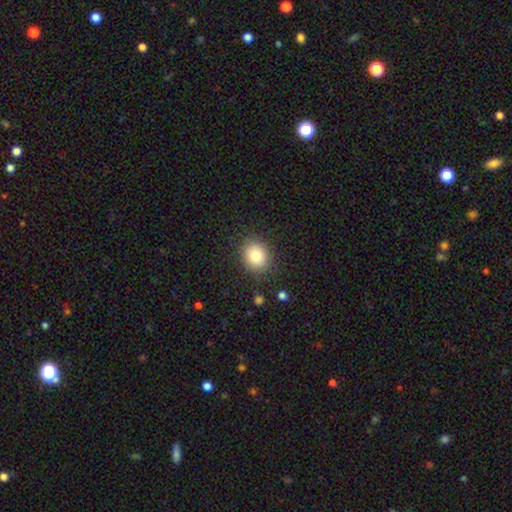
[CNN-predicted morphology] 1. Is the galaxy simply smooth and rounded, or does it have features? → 80% smooth, 11% star or artifact, 10% featured or disk.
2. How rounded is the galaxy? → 68% round, 31% in between, 1% cigar-shaped.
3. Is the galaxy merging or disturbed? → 86% none, 9% minor disturbance, 3% major disturbance, 2% merger.